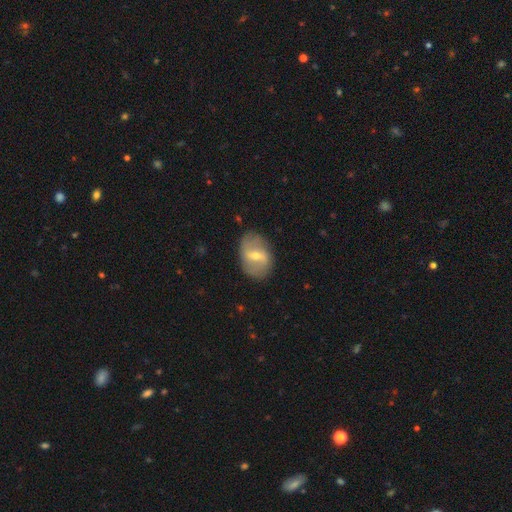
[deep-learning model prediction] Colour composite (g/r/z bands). It shows a featured or disk galaxy (63%) with a weak bar (48%), spiral arms (61%) and a moderate central bulge (48%). Merging: none (78%).